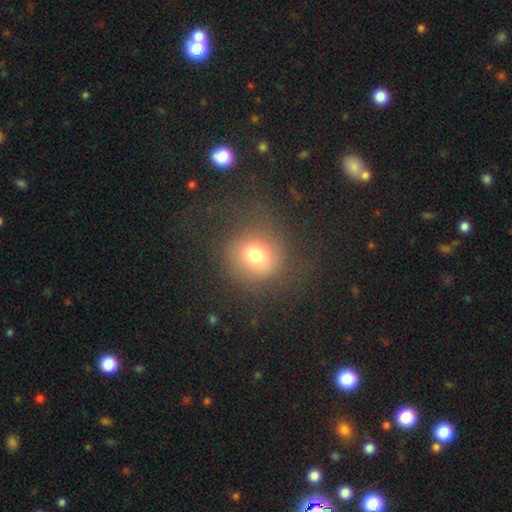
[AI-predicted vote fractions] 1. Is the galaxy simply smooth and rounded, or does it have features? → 73% smooth, 15% star or artifact, 12% featured or disk.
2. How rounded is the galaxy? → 86% round, 13% in between, 1% cigar-shaped.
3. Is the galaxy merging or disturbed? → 70% none, 14% major disturbance, 14% minor disturbance, 2% merger.